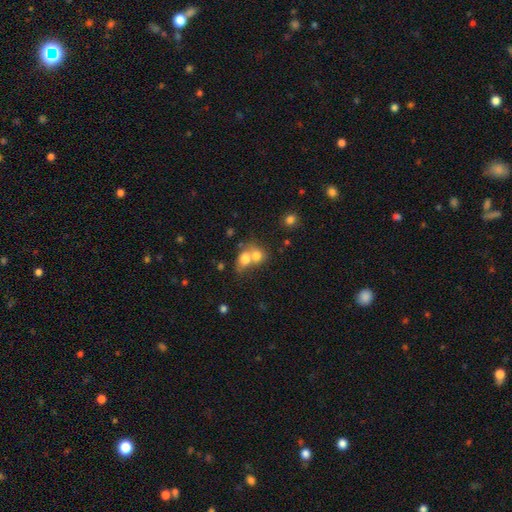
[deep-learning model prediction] smooth 72%, featured or disk 17%, star or artifact 11%. Down the decision tree: how rounded — round (55%); merging — merger (68%).